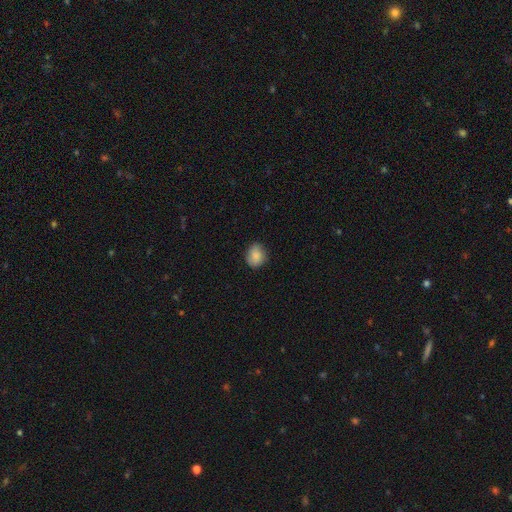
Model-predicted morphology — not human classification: A smooth galaxy with no disk features (86%) that is round (60%). Merging: none (83%).